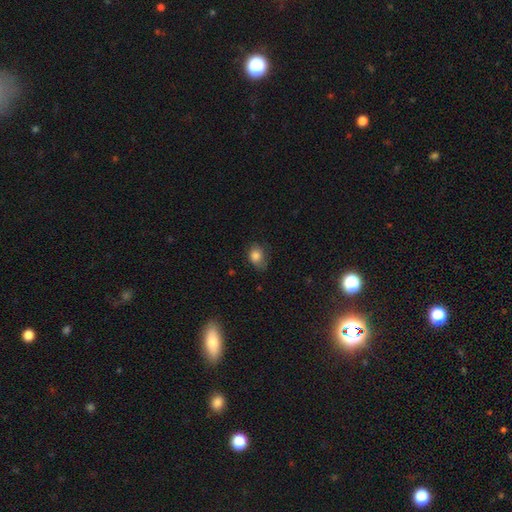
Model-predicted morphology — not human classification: type=smooth (81%); roundness=in between (57%); merging=none (56%).